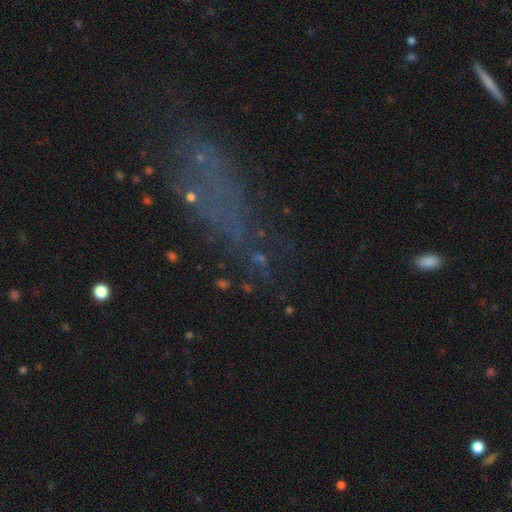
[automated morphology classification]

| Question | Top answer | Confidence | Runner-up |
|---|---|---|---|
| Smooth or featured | star or artifact | 42% | smooth (30%) |